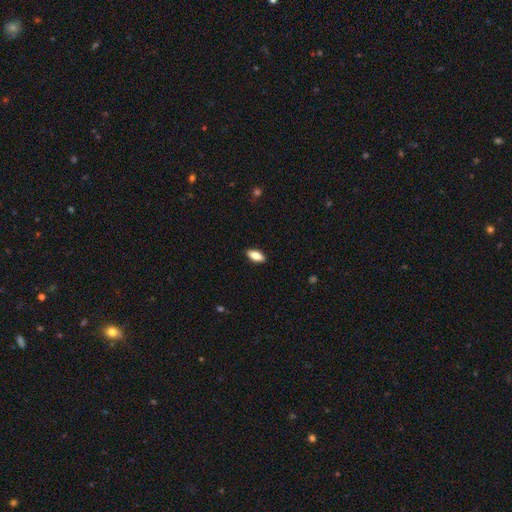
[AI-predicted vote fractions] smooth_or_featured: smooth (p=0.81) [alt: featured or disk p=0.13]
how_rounded: in between (p=0.84) [alt: cigar-shaped p=0.13]
merging: none (p=0.89) [alt: minor disturbance p=0.08]